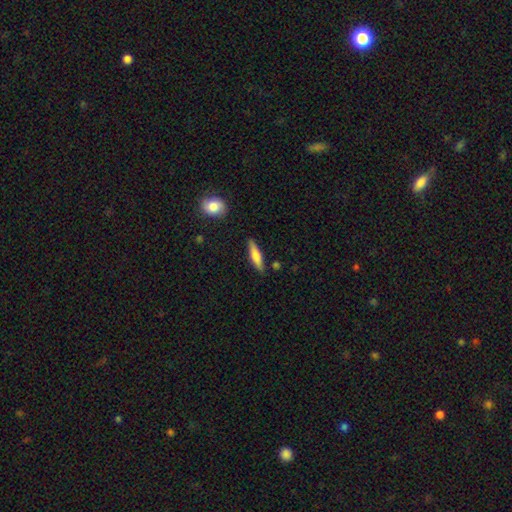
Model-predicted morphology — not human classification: Smooth or featured?
  - smooth: 68% *
  - featured or disk: 26%
  - star or artifact: 6%
How rounded?
  - cigar-shaped: 76% *
  - in between: 22%
  - round: 2%
Merging?
  - none: 85% *
  - minor disturbance: 10%
  - merger: 2%
  - major disturbance: 2%